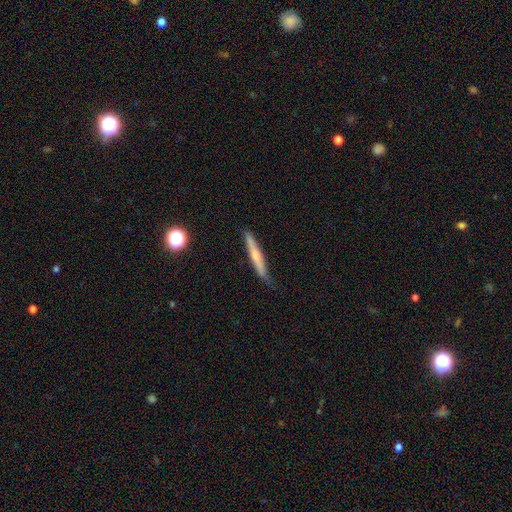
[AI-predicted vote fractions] This is possibly a smooth galaxy (52%). How rounded: clearly cigar-shaped (94%). Merging: likely none (77%).